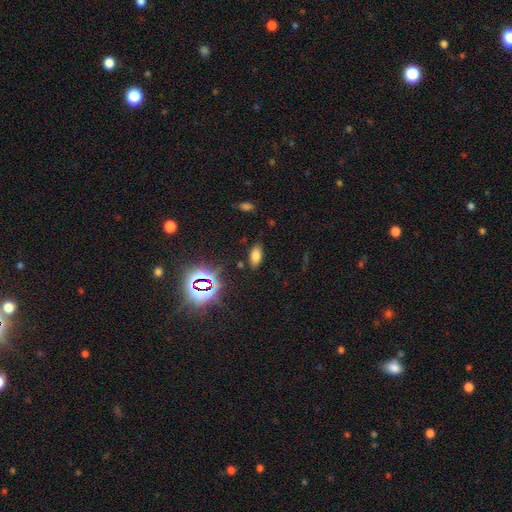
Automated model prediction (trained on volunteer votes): Q: Smooth or featured?
A: smooth (69%); runner-up: star or artifact (22%)
Q: How rounded?
A: in between (89%); runner-up: cigar-shaped (7%)
Q: Merging?
A: none (85%); runner-up: minor disturbance (10%)